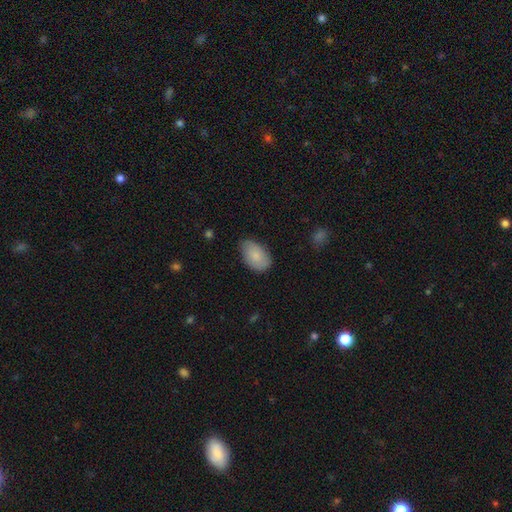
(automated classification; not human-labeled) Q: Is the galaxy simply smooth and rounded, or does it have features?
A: smooth — 81%.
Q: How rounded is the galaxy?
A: in between — 92%.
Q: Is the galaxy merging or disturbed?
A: none — 71%.